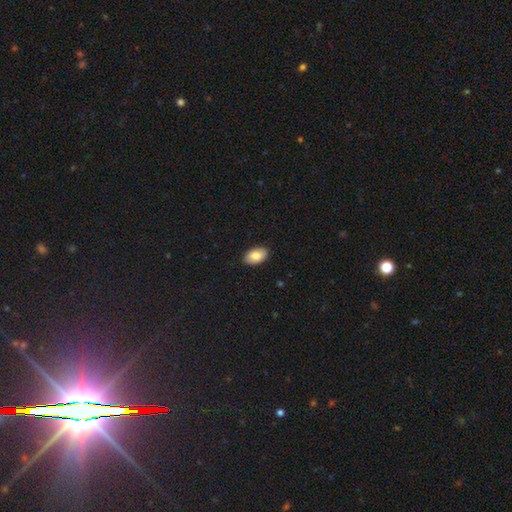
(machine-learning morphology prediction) The model was most divided on "smooth or featured": smooth: 83%, featured or disk: 10%, star or artifact: 6%. More confident: how rounded — in between (93%); merging — none (89%).